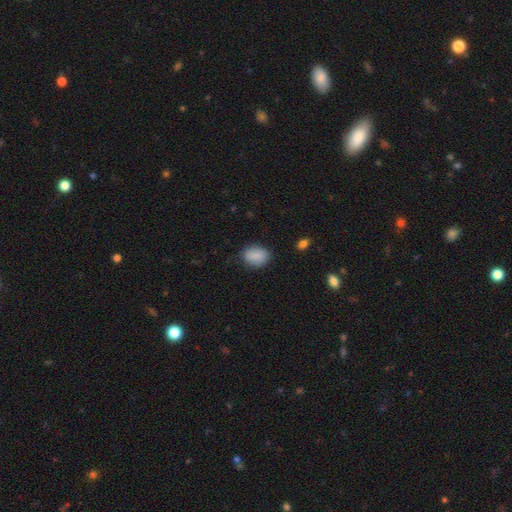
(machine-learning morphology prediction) A smooth galaxy with no disk features (87%) that is in between round and cigar-shaped (70%).

Vote fractions:
- Smooth or featured? smooth: 87% / star or artifact: 7% / featured or disk: 5%
- How rounded? in between: 70% / round: 28% / cigar-shaped: 1%
- Merging? none: 80% / minor disturbance: 15% / major disturbance: 3% / merger: 1%